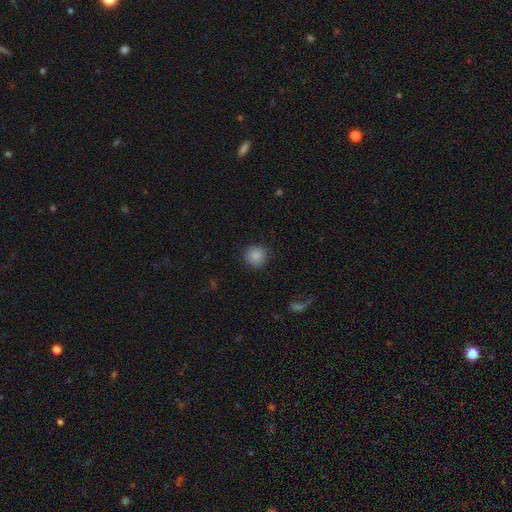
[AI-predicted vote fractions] Smooth or featured: smooth — 87% (star or artifact — 9%)
How rounded: round — 92% (in between — 7%)
Merging: none — 87% (minor disturbance — 9%)